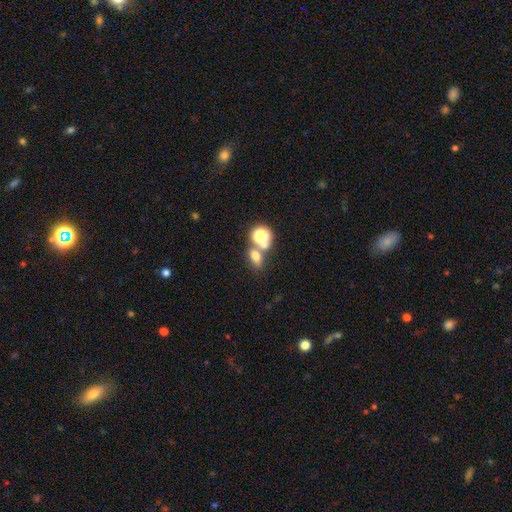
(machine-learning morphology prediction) A smooth galaxy with no disk features (66%) that is in between round and cigar-shaped (59%).

Vote fractions:
- Smooth or featured? smooth: 66% / star or artifact: 21% / featured or disk: 13%
- How rounded? in between: 59% / round: 37% / cigar-shaped: 4%
- Merging? none: 50% / merger: 36% / minor disturbance: 9% / major disturbance: 5%